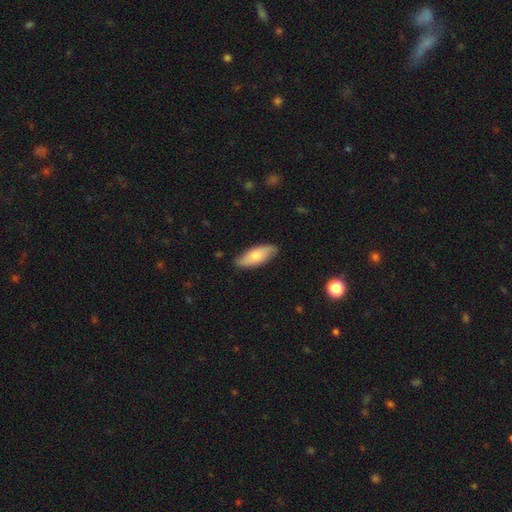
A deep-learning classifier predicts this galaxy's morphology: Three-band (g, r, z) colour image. It shows a smooth galaxy with no disk features (68%) that is in between round and cigar-shaped (75%). Merging: none (81%).